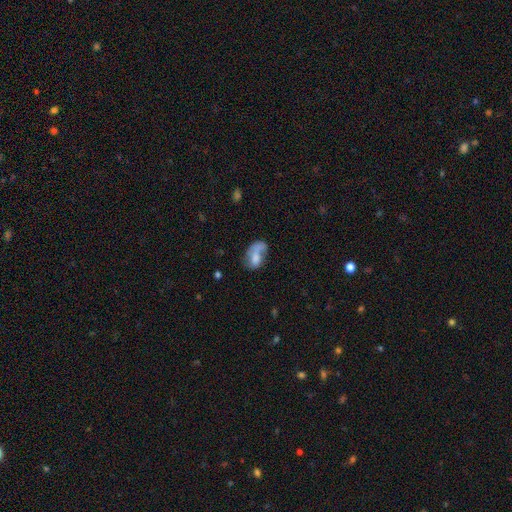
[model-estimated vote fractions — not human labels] Q: Smooth or featured?
A: smooth (59%); runner-up: featured or disk (32%)
Q: How rounded?
A: in between (87%); runner-up: round (10%)
Q: Merging?
A: major disturbance (34%); runner-up: none (29%)